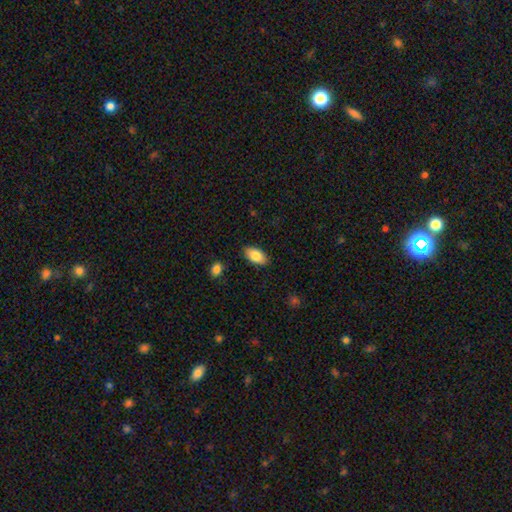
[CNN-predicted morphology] A smooth galaxy with no disk features (84%) that is in between round and cigar-shaped (94%).

Vote fractions:
- Smooth or featured? smooth: 84% / featured or disk: 10% / star or artifact: 7%
- How rounded? in between: 94% / cigar-shaped: 3% / round: 3%
- Merging? none: 87% / minor disturbance: 9% / major disturbance: 2% / merger: 1%